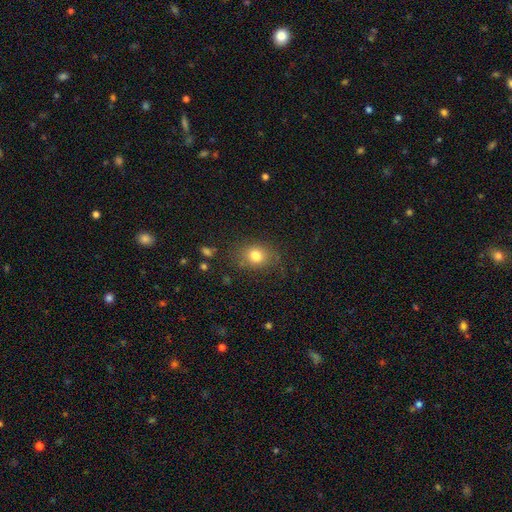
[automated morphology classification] smooth_or_featured: smooth (p=0.79) [alt: star or artifact p=0.12]
how_rounded: round (p=0.52) [alt: in between p=0.46]
merging: none (p=0.77) [alt: minor disturbance p=0.15]